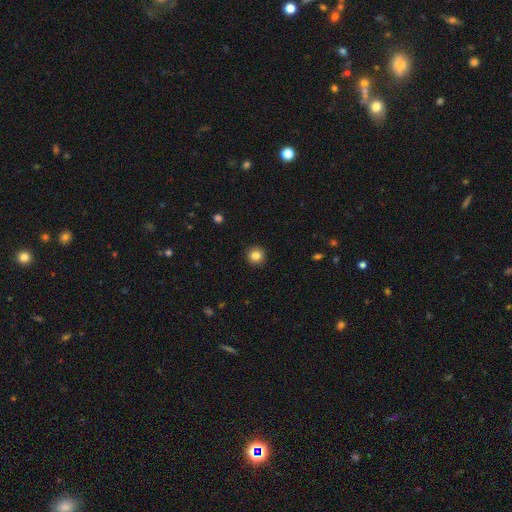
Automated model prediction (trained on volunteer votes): Smooth or featured?
  - smooth: 83% *
  - star or artifact: 11%
  - featured or disk: 6%
How rounded?
  - round: 95% *
  - in between: 4%
  - cigar-shaped: 1%
Merging?
  - none: 93% *
  - minor disturbance: 5%
  - major disturbance: 2%
  - merger: 1%